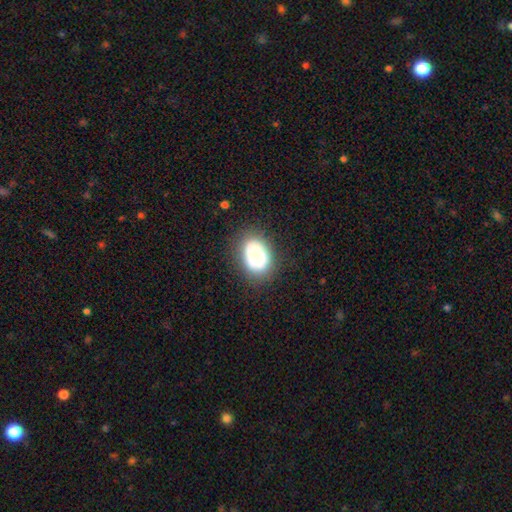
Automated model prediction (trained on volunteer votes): Overall: smooth (59%; featured or disk 33%). How rounded: in between (77%). Merging: none (71%).